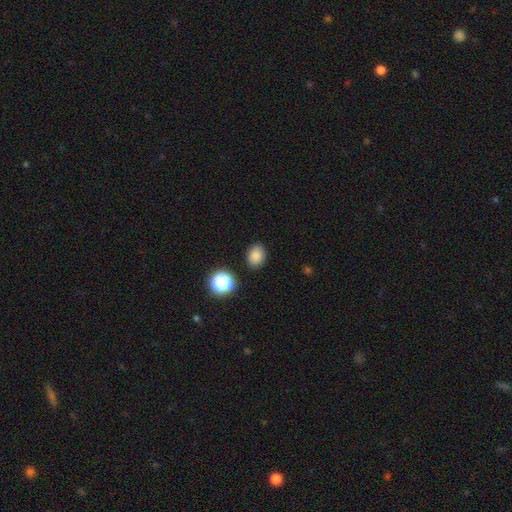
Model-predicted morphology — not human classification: A smooth galaxy with no disk features (84%) that is in between round and cigar-shaped (65%).

Vote fractions:
- Smooth or featured? smooth: 84% / star or artifact: 12% / featured or disk: 4%
- How rounded? in between: 65% / round: 34% / cigar-shaped: 1%
- Merging? none: 86% / minor disturbance: 9% / major disturbance: 3% / merger: 2%